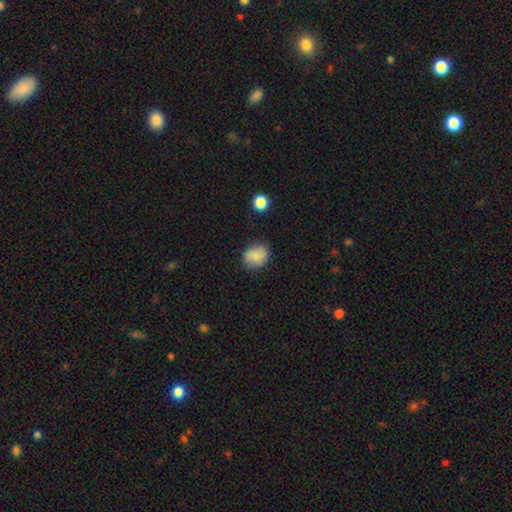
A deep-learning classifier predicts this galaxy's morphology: Smooth or featured: smooth — 80% (featured or disk — 11%)
How rounded: round — 59% (in between — 40%)
Merging: none — 77% (minor disturbance — 17%)